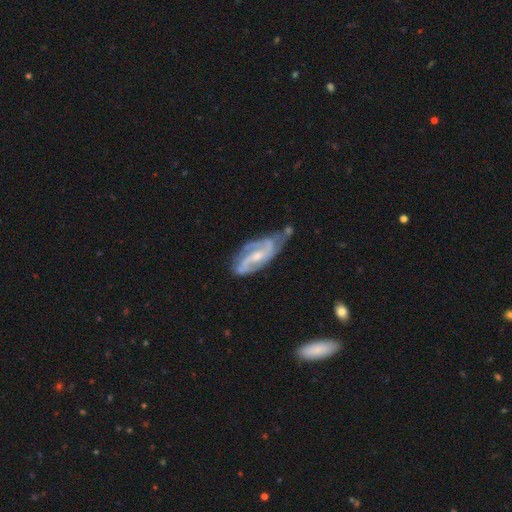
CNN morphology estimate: A featured or disk galaxy (76%) with a weak bar (45%), 2 (63%) medium (43%) spiral arms (89%) and a small central bulge (56%). Merging: none (61%).